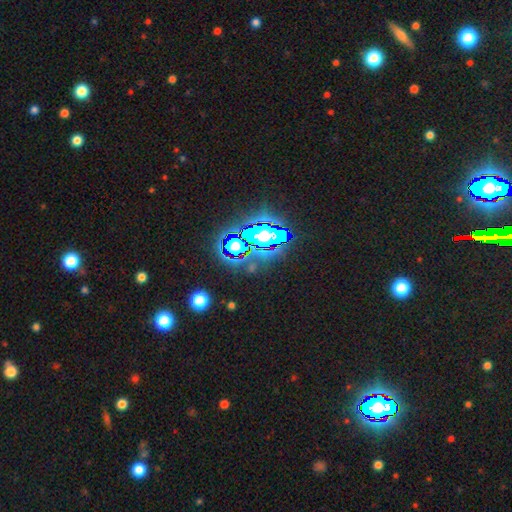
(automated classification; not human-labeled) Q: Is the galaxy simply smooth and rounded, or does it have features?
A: star or artifact — 81%.